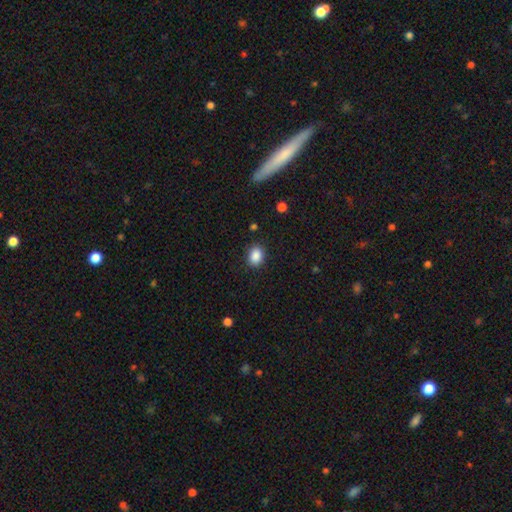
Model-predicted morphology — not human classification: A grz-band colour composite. It shows a smooth galaxy with no disk features (88%) that is in between round and cigar-shaped (57%). Merging: none (87%).